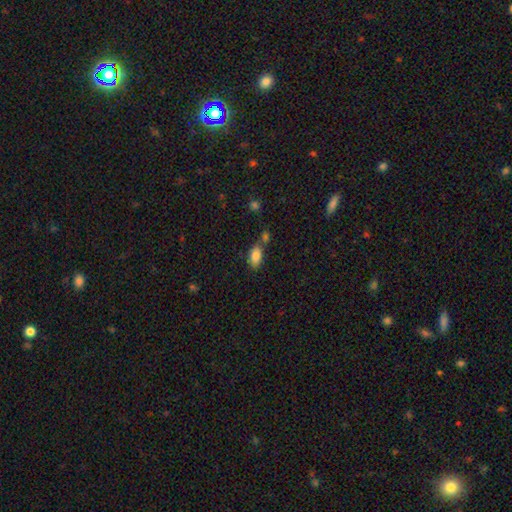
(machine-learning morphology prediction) The model was most divided on "merging": none: 57%, merger: 24%, minor disturbance: 15%, major disturbance: 4%. More confident: how rounded — in between (91%); smooth or featured — smooth (84%).